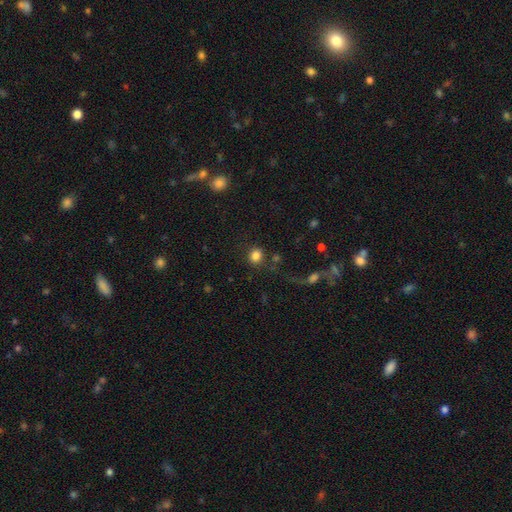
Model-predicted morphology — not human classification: Q: Smooth or featured?
A: smooth (84%); runner-up: star or artifact (10%)
Q: How rounded?
A: round (83%); runner-up: in between (16%)
Q: Merging?
A: none (80%); runner-up: minor disturbance (8%)